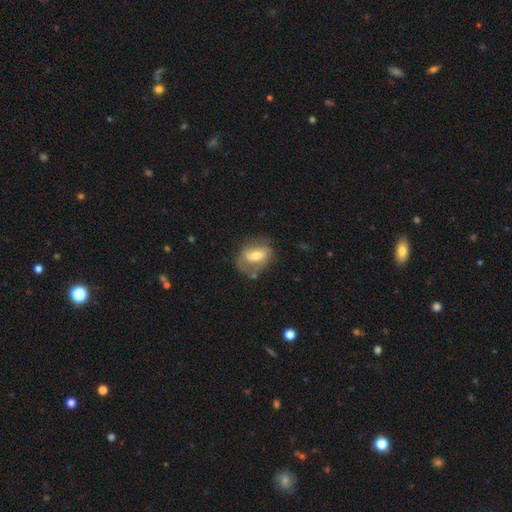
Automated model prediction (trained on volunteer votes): This is possibly a featured or disk galaxy (56%). It is clearly not viewed edge-on (95%). Bar: marginally weak (41%). Spiral arm pattern: likely yes (71%). Central bulge: likely moderate (65%). Merging: possibly none (55%).